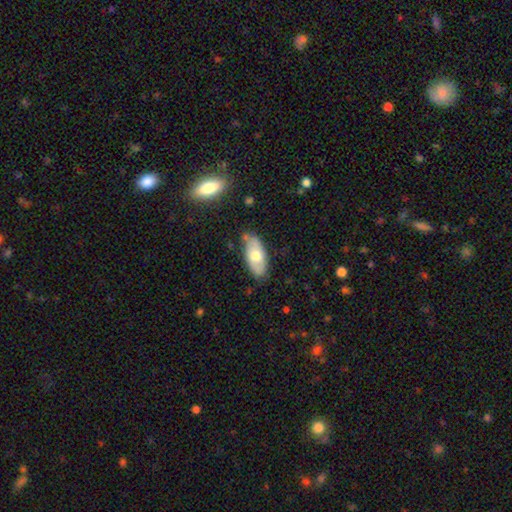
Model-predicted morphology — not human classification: Smooth or featured? Predicted: smooth (p=0.63). How rounded? Predicted: in between (p=0.90). Merging? Predicted: none (p=0.76).